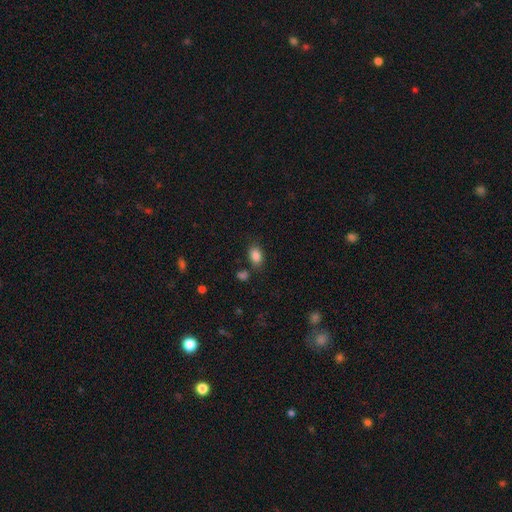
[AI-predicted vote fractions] Overall: smooth (85%). How rounded: in between (82%). Merging: none (76%).